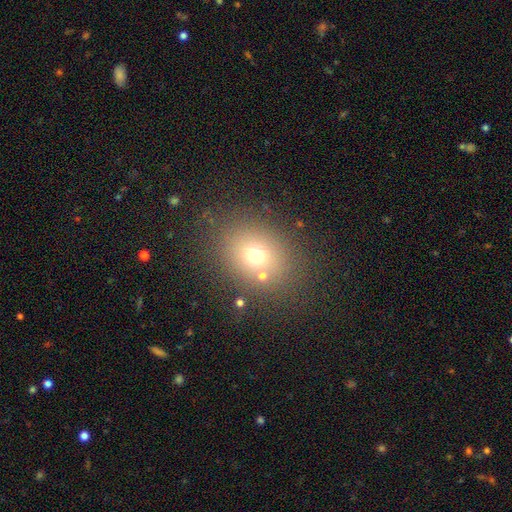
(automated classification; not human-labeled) Smooth or featured? smooth (68%)
How rounded? round (55%)
Merging? none (77%)